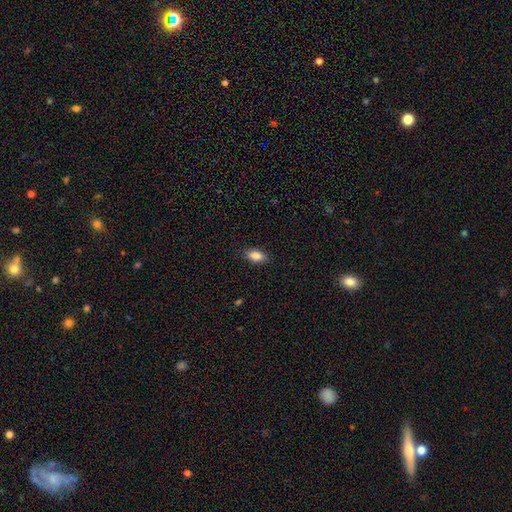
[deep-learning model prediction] smooth 87%, star or artifact 8%, featured or disk 5%. Down the decision tree: how rounded — in between (90%); merging — none (87%).